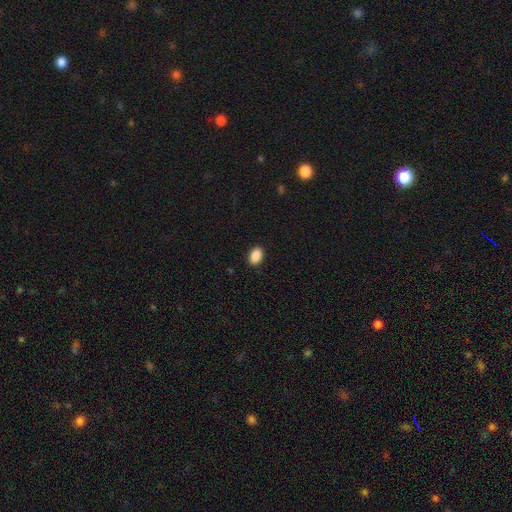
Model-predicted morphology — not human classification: Smooth or featured? Predicted: smooth (p=0.90). How rounded? Predicted: in between (p=0.85). Merging? Predicted: none (p=0.90).